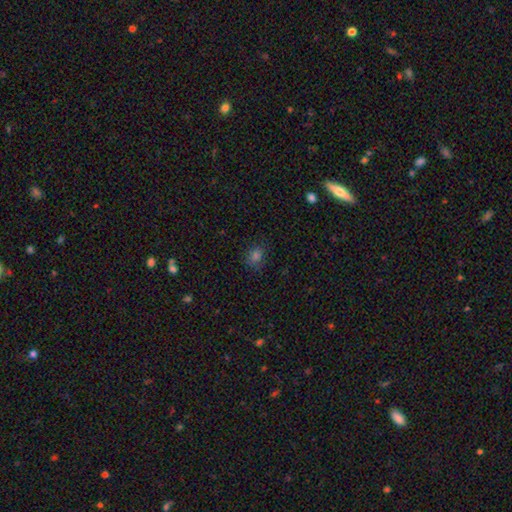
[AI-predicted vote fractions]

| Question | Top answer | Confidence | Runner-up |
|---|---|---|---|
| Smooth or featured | smooth | 71% | star or artifact (23%) |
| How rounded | in between | 50% | round (48%) |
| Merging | none | 81% | minor disturbance (14%) |